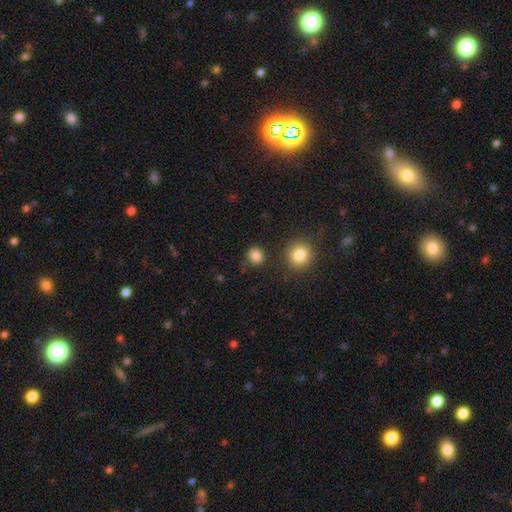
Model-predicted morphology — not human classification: smooth 84%, star or artifact 12%, featured or disk 4%. Down the decision tree: how rounded — round (83%); merging — none (84%).